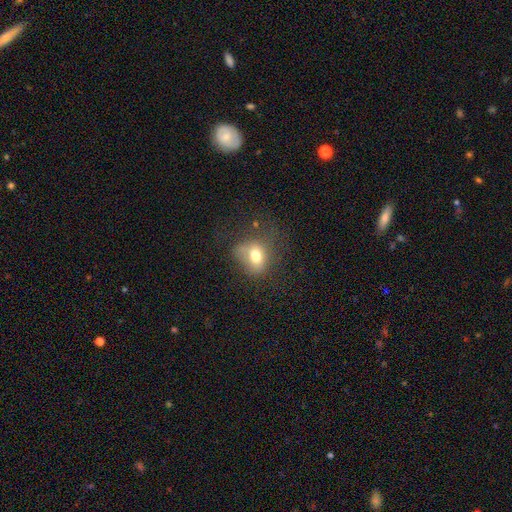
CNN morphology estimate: This is likely a smooth galaxy (67%). How rounded: possibly in between (50%). Merging: possibly none (45%).